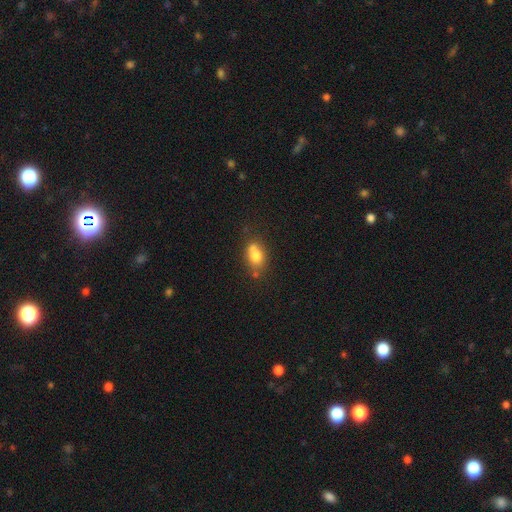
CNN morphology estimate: Smooth or featured? smooth (73%)
How rounded? in between (66%)
Merging? none (46%)